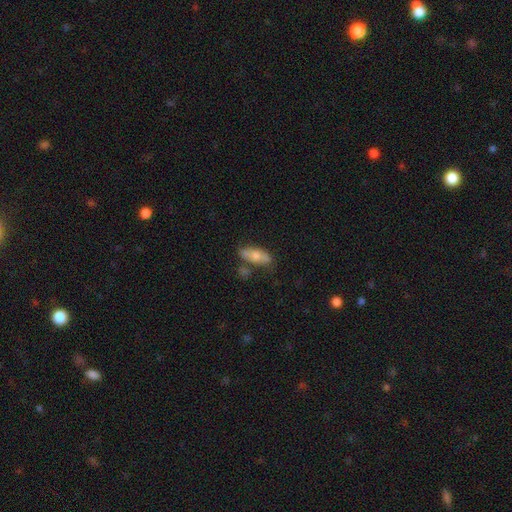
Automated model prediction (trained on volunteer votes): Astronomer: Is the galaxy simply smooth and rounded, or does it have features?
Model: smooth — 65%.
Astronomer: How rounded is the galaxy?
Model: in between — 72%.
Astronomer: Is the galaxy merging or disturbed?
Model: none — 63%.